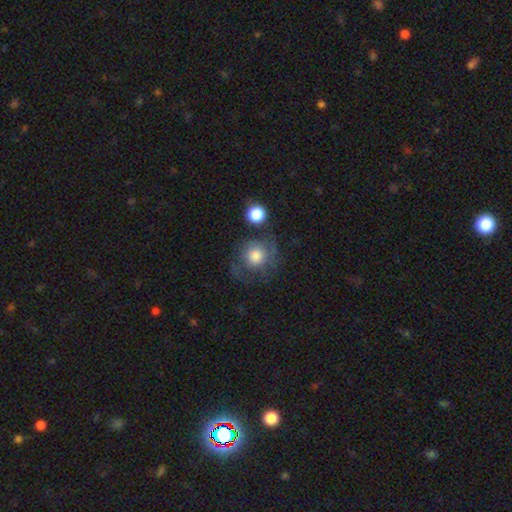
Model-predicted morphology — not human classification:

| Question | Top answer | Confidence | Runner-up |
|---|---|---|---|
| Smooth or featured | smooth | 64% | featured or disk (26%) |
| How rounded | round | 86% | in between (13%) |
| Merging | none | 51% | major disturbance (20%) |